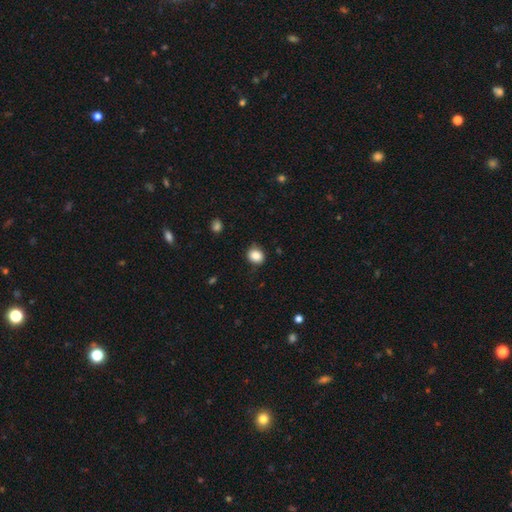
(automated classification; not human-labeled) Smooth or featured? Predicted: smooth (p=0.87). How rounded? Predicted: round (p=0.63). Merging? Predicted: none (p=0.79).